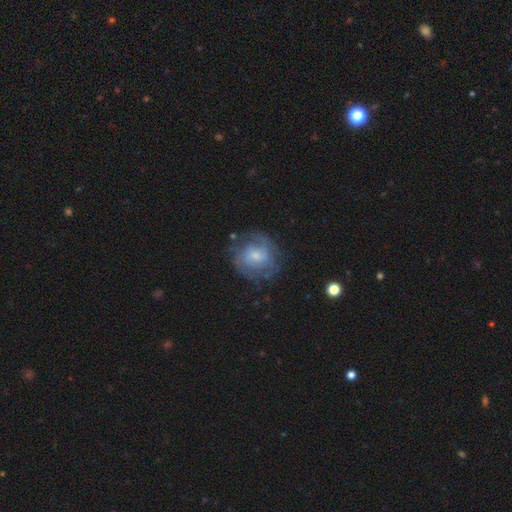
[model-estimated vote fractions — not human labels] A featured or disk galaxy (64%) with no bar (52%), tight (44%) spiral arms (81%) and a small central bulge (46%). Merging: none (67%).